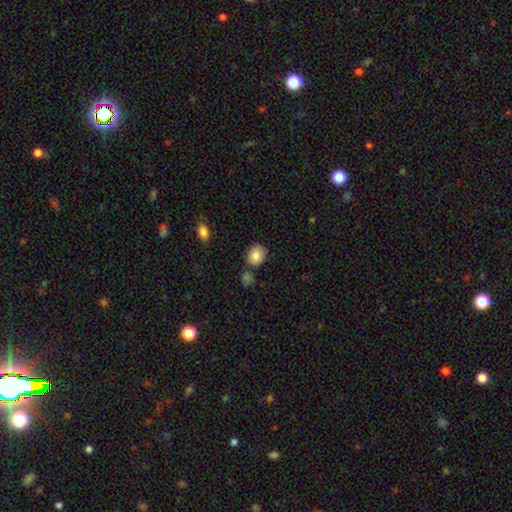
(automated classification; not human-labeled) A smooth galaxy with no disk features (86%) that is round (58%).

Vote fractions:
- Smooth or featured? smooth: 86% / star or artifact: 8% / featured or disk: 6%
- How rounded? round: 58% / in between: 41% / cigar-shaped: 1%
- Merging? none: 77% / minor disturbance: 12% / merger: 8% / major disturbance: 3%